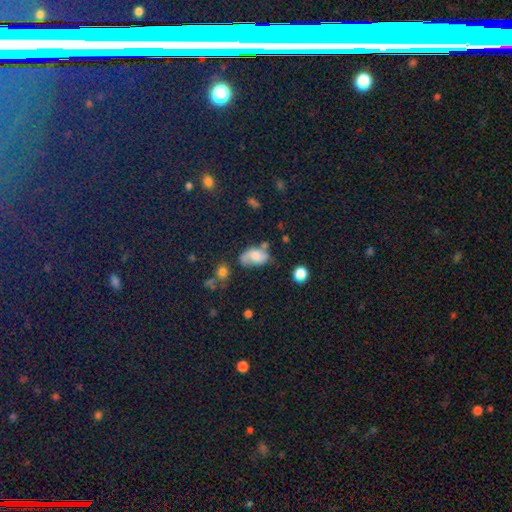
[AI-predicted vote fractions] The model was most divided on "merging": none: 40%, minor disturbance: 30%, major disturbance: 18%, merger: 12%. More confident: how rounded — in between (88%); smooth or featured — smooth (56%).